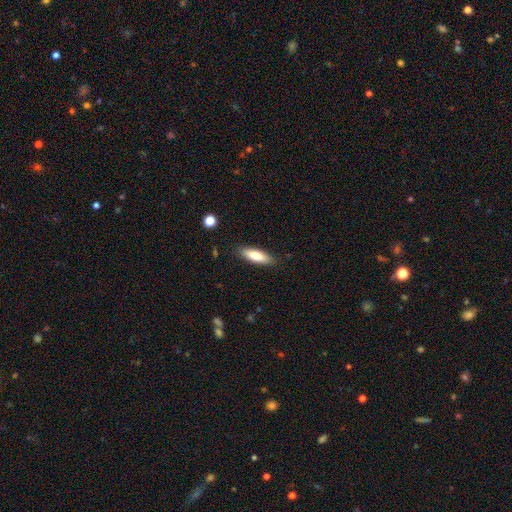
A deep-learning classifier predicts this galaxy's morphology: Smooth or featured?
  - smooth: 80% *
  - featured or disk: 14%
  - star or artifact: 6%
How rounded?
  - in between: 53% *
  - cigar-shaped: 46%
  - round: 2%
Merging?
  - none: 86% *
  - minor disturbance: 10%
  - major disturbance: 2%
  - merger: 1%